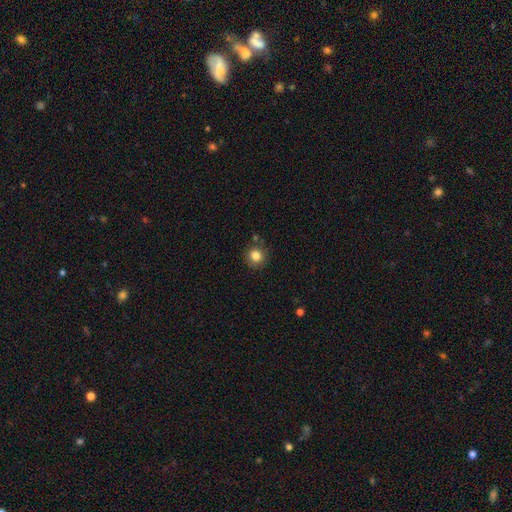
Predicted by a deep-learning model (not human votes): Overall: smooth (83%). How rounded: round (92%). Merging: none (83%).